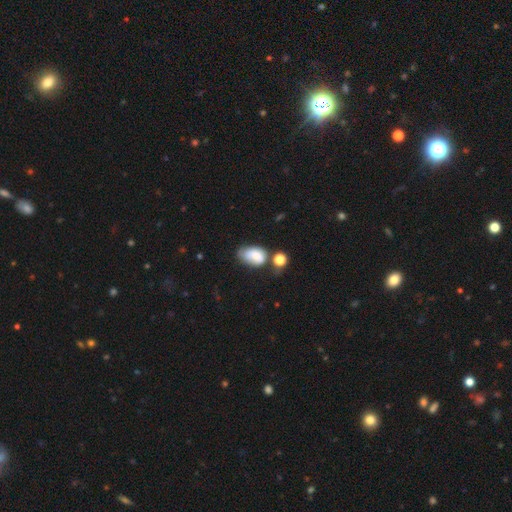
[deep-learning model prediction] The model was most divided on "merging": none: 33%, minor disturbance: 30%, merger: 22%, major disturbance: 15%. More confident: how rounded — in between (86%); smooth or featured — smooth (72%).